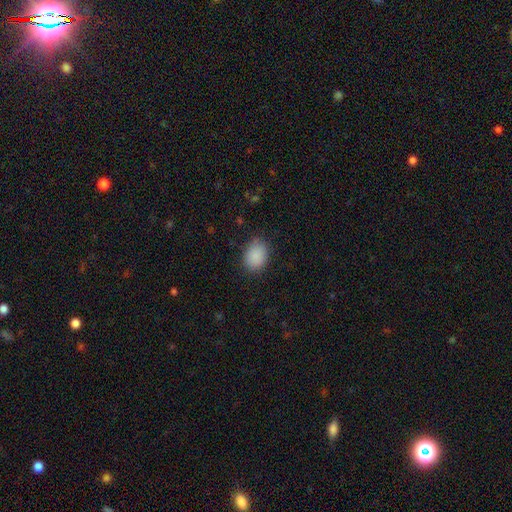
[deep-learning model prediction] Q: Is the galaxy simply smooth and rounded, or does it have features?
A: smooth — 89%.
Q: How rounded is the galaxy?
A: in between — 62%.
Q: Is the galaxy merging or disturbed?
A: none — 81%.